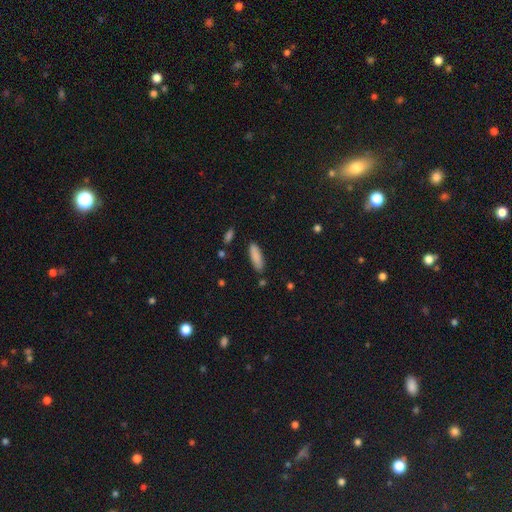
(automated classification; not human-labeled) The model was most divided on "how rounded": cigar-shaped: 50%, in between: 48%, round: 2%. More confident: smooth or featured — smooth (87%); merging — none (85%).